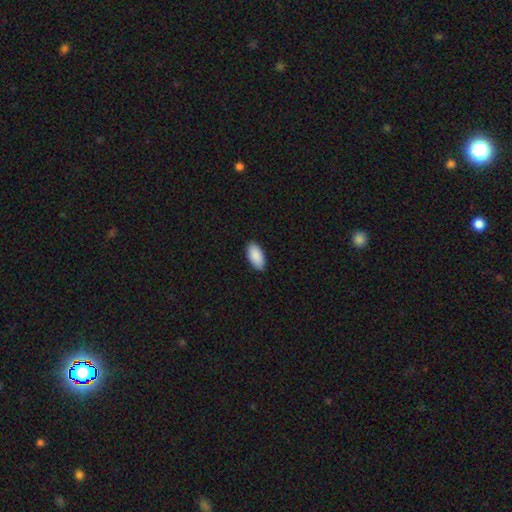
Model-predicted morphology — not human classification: Smooth or featured: smooth — 91% (star or artifact — 6%)
How rounded: in between — 95% (cigar-shaped — 3%)
Merging: none — 89% (minor disturbance — 9%)